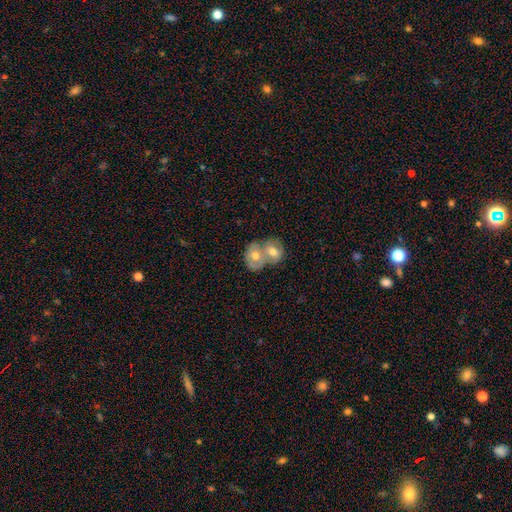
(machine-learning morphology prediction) Smooth or featured?
  - smooth: 56% *
  - featured or disk: 37%
  - star or artifact: 7%
How rounded?
  - round: 52% *
  - in between: 46%
  - cigar-shaped: 1%
Merging?
  - merger: 79% *
  - none: 13%
  - minor disturbance: 5%
  - major disturbance: 3%